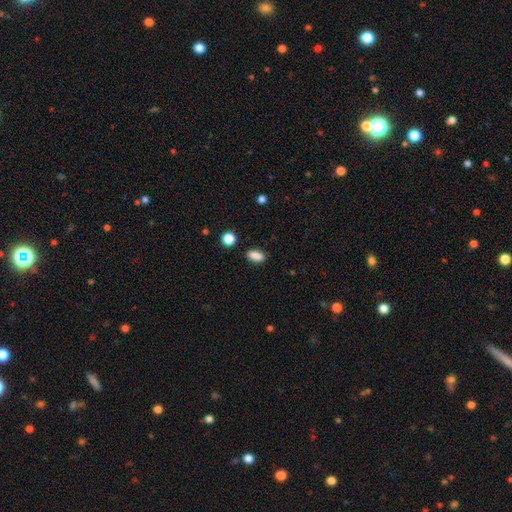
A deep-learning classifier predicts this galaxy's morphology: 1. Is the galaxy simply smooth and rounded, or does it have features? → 87% smooth, 9% star or artifact, 4% featured or disk.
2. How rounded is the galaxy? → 82% in between, 10% cigar-shaped, 8% round.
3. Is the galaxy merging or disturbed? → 87% none, 9% minor disturbance, 2% major disturbance, 2% merger.